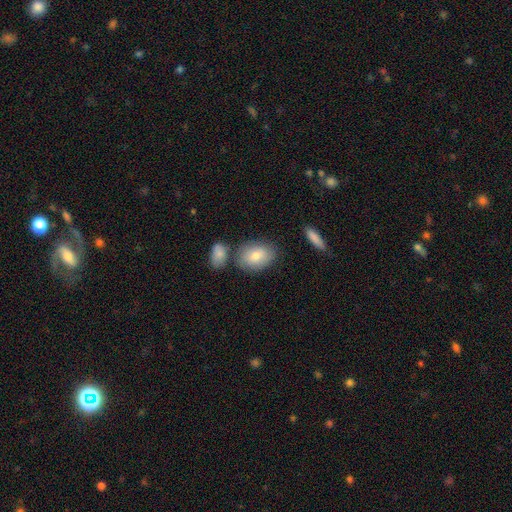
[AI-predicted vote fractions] Smooth or featured?
  - smooth: 77% *
  - featured or disk: 16%
  - star or artifact: 7%
How rounded?
  - in between: 77% *
  - round: 21%
  - cigar-shaped: 2%
Merging?
  - none: 69% *
  - merger: 14%
  - minor disturbance: 14%
  - major disturbance: 4%